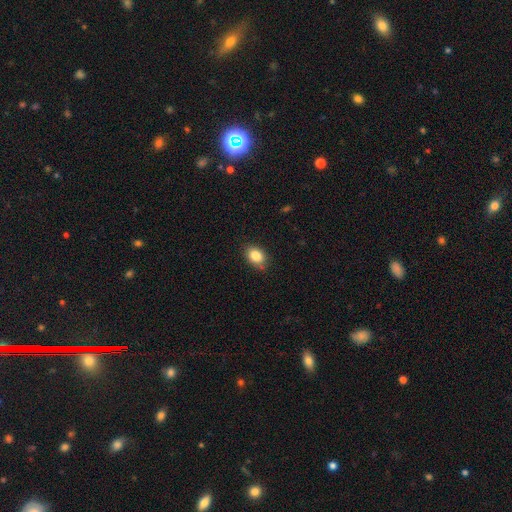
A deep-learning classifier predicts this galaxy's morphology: The model was most divided on "how rounded": in between: 74%, round: 25%, cigar-shaped: 1%. More confident: smooth or featured — smooth (85%); merging — none (79%).